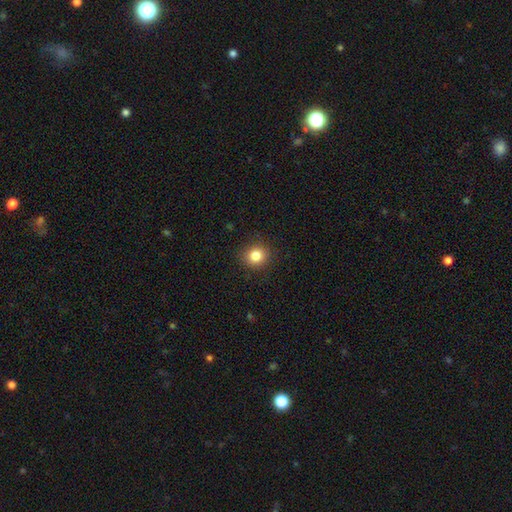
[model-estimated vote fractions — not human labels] A smooth galaxy with no disk features (83%) that is round (84%). Merging: none (90%).